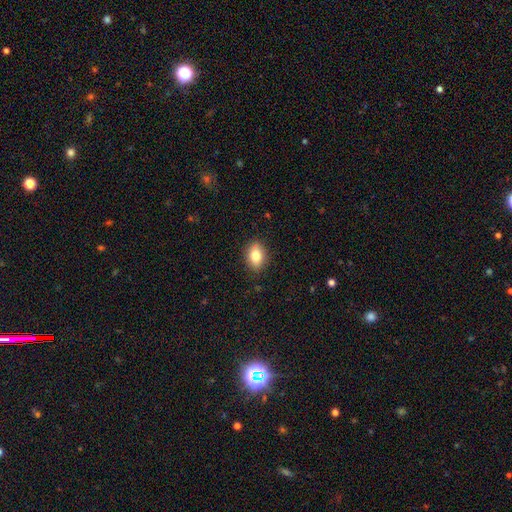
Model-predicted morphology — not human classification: Q: Smooth or featured?
A: smooth (80%); runner-up: featured or disk (12%)
Q: How rounded?
A: in between (76%); runner-up: round (23%)
Q: Merging?
A: none (86%); runner-up: minor disturbance (11%)